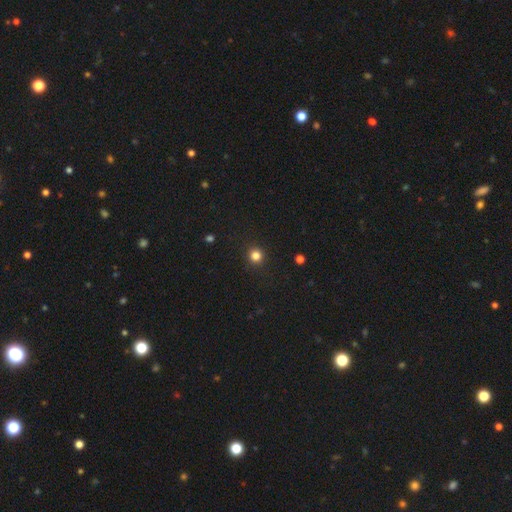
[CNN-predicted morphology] type=smooth (83%); roundness=round (94%); merging=none (92%).